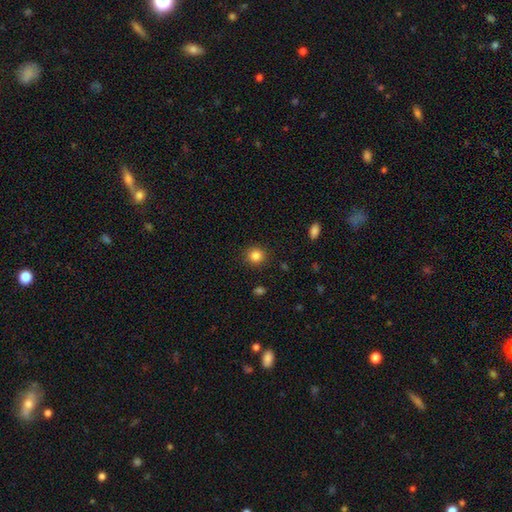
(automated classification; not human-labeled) smooth 85%, star or artifact 11%, featured or disk 4%. Down the decision tree: how rounded — round (91%); merging — none (90%).